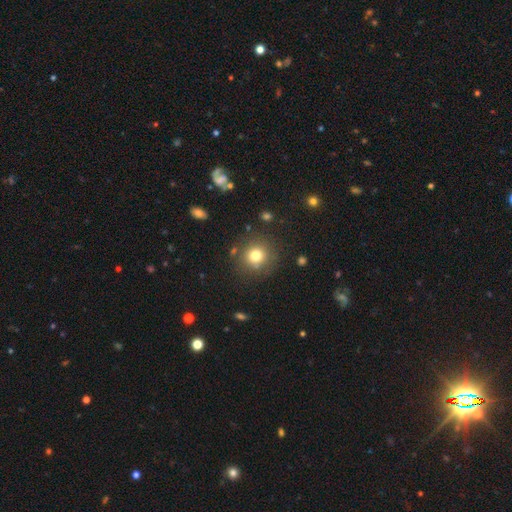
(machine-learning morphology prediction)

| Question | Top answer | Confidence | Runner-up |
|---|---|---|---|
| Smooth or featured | smooth | 77% | star or artifact (14%) |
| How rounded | round | 91% | in between (8%) |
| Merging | none | 84% | minor disturbance (9%) |